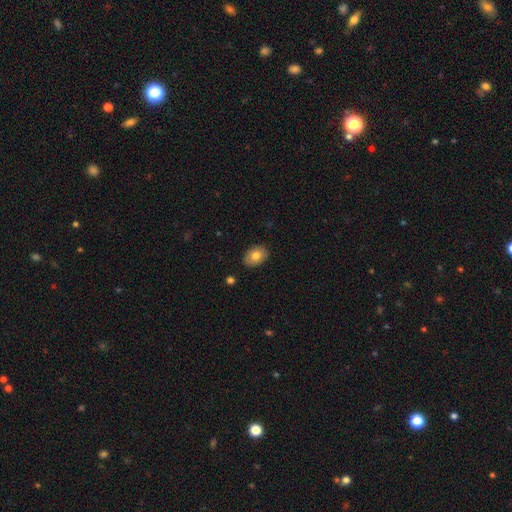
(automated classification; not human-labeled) smooth 79%, featured or disk 14%, star or artifact 7%. Down the decision tree: how rounded — in between (78%); merging — none (88%).